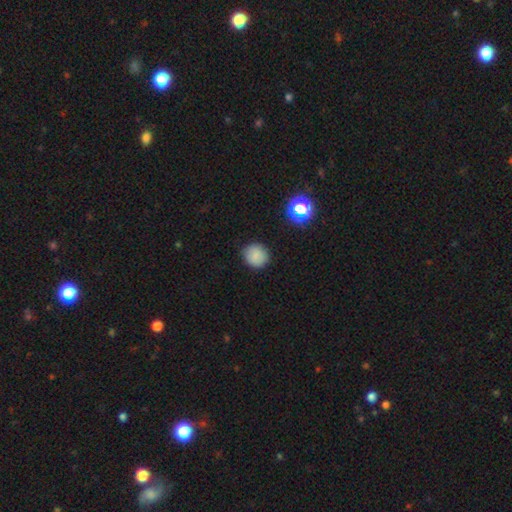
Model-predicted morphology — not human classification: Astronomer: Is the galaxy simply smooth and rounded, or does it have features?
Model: smooth — 83%.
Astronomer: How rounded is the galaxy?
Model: round — 87%.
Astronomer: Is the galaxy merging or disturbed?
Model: none — 88%.